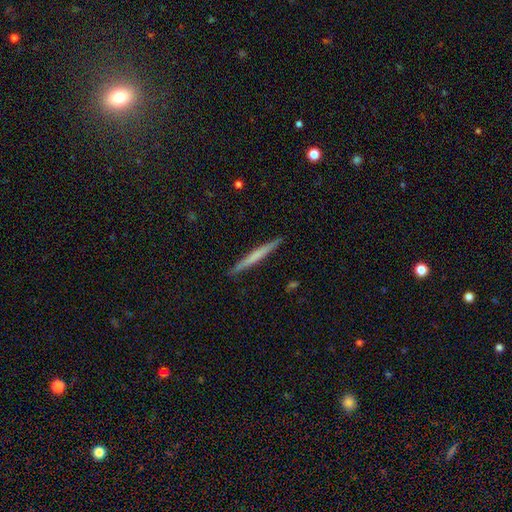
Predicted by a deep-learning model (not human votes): Morphology: type=smooth (49%); merging=none (92%).